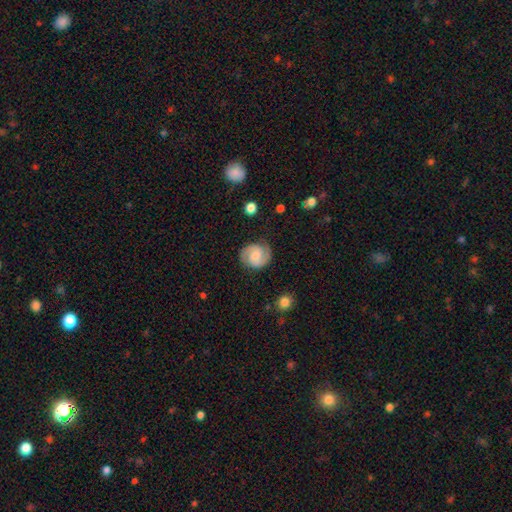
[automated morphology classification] A featured or disk galaxy (76%) with no bar (51%), 2 (92%) medium (46%) spiral arms (96%) and a small central bulge (36%, tied with moderate). Merging: none (82%).